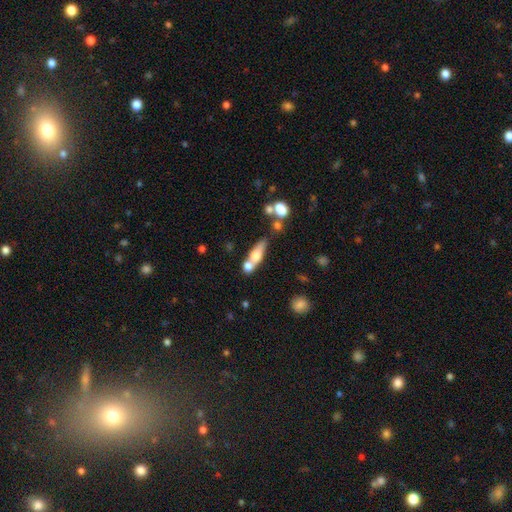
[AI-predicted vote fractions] A smooth galaxy with no disk features (58%) that is cigar-shaped (45%, tied with in between).

Vote fractions:
- Smooth or featured? smooth: 58% / featured or disk: 33% / star or artifact: 9%
- How rounded? cigar-shaped: 45% (tied) / in between: 45% (tied) / round: 10%
- Merging? merger: 45% / none: 37% / minor disturbance: 12% / major disturbance: 6%